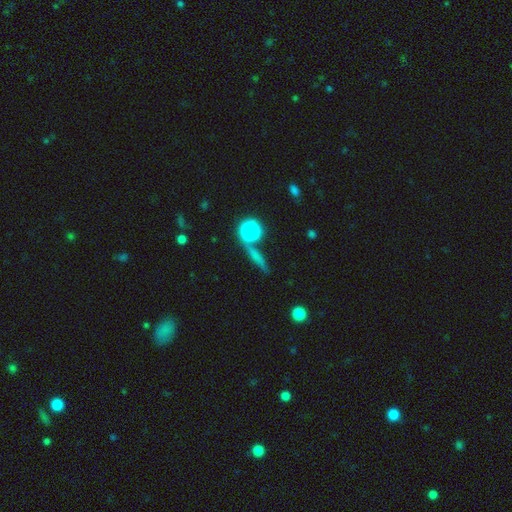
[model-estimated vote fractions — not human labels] Overall: smooth (55%; featured or disk 24%). How rounded: cigar-shaped (64%). Merging: none (72%).